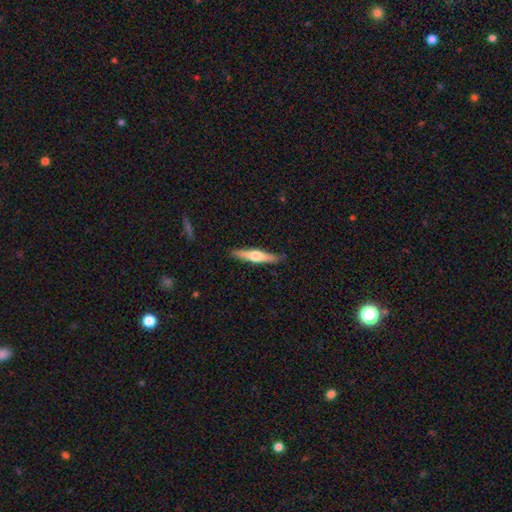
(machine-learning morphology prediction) Q: Smooth or featured?
A: featured or disk (54%); runner-up: smooth (41%)
Q: Edge-on disk?
A: yes (96%); runner-up: no (4%)
Q: Edge-on bulge?
A: rounded (90%); runner-up: none (5%)
Q: Merging?
A: none (88%); runner-up: minor disturbance (9%)